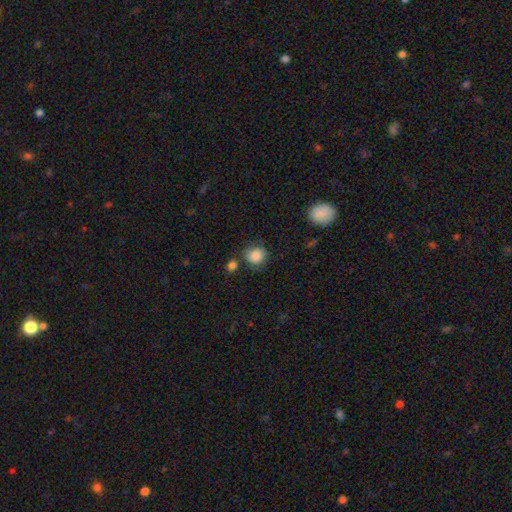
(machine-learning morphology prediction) Q: Smooth or featured?
A: smooth (83%); runner-up: star or artifact (9%)
Q: How rounded?
A: round (78%); runner-up: in between (21%)
Q: Merging?
A: none (65%); runner-up: minor disturbance (21%)